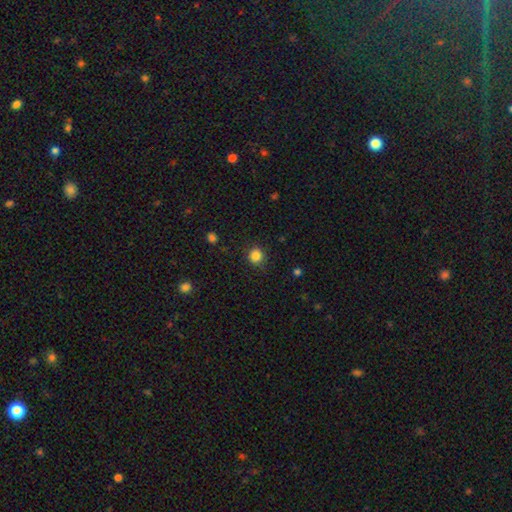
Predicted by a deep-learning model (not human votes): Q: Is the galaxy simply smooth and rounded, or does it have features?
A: smooth — 84%.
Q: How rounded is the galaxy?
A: round — 91%.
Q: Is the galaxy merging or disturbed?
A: none — 87%.